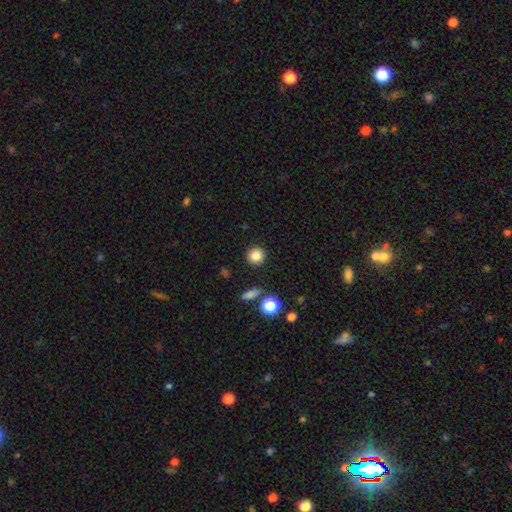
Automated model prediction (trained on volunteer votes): Q: Smooth or featured?
A: smooth (84%); runner-up: star or artifact (11%)
Q: How rounded?
A: round (93%); runner-up: in between (6%)
Q: Merging?
A: none (90%); runner-up: minor disturbance (5%)